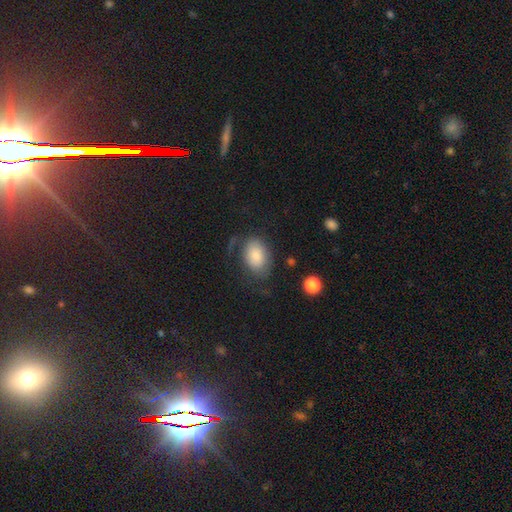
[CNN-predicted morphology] smooth-or-featured: smooth: 76% | featured or disk: 17% | star or artifact: 8%
  how-rounded: in between: 84% | round: 15% | cigar-shaped: 1%
  merging: none: 56% | minor disturbance: 22% | major disturbance: 19% | merger: 3%